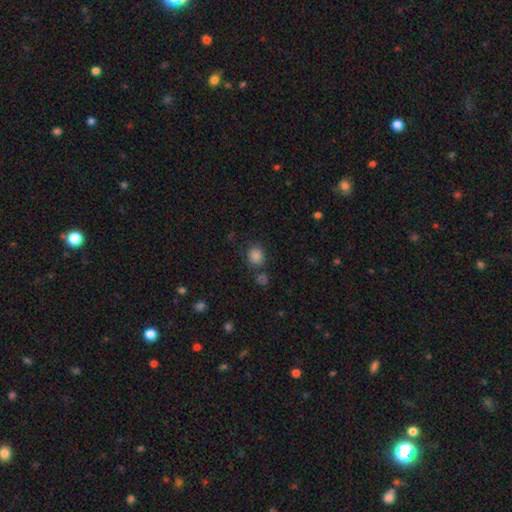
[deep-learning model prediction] A smooth galaxy with no disk features (83%) that is round (58%).

Vote fractions:
- Smooth or featured? smooth: 83% / star or artifact: 12% / featured or disk: 5%
- How rounded? round: 58% / in between: 41% / cigar-shaped: 1%
- Merging? none: 72% / minor disturbance: 13% / merger: 10% / major disturbance: 5%